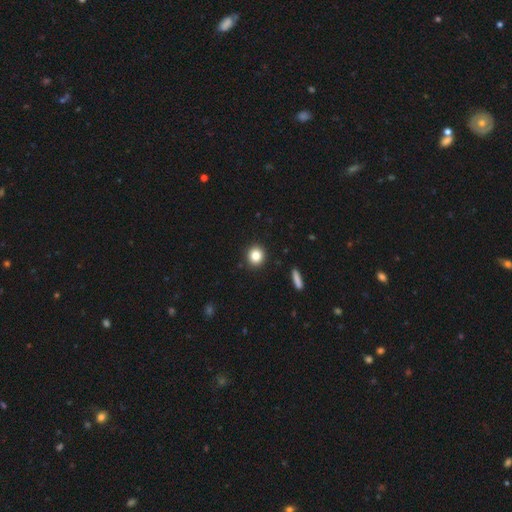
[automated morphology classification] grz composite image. It shows a smooth galaxy with no disk features (84%) that is round (85%). Merging: none (92%).